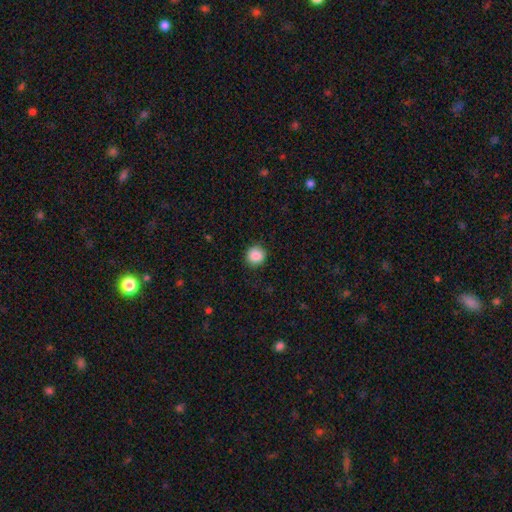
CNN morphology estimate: Q: Smooth or featured?
A: smooth (87%); runner-up: star or artifact (9%)
Q: How rounded?
A: round (92%); runner-up: in between (7%)
Q: Merging?
A: none (90%); runner-up: minor disturbance (7%)